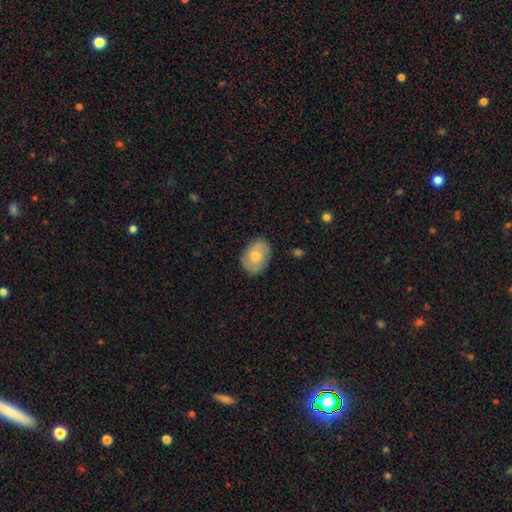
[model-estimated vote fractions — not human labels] Morphology: type=smooth (70%); roundness=in between (77%); merging=none (83%).